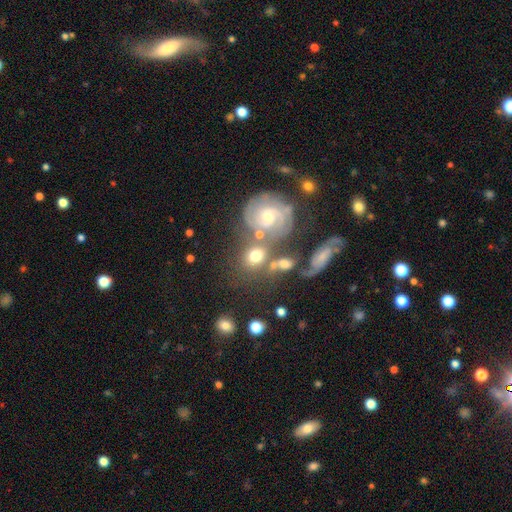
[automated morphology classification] Q: Smooth or featured?
A: smooth (49%); runner-up: featured or disk (39%)
Q: Merging?
A: none (43%); runner-up: merger (33%)